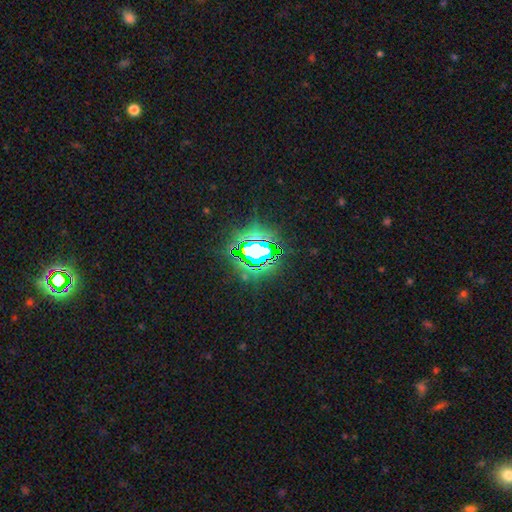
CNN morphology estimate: Overall: star or artifact (77%).